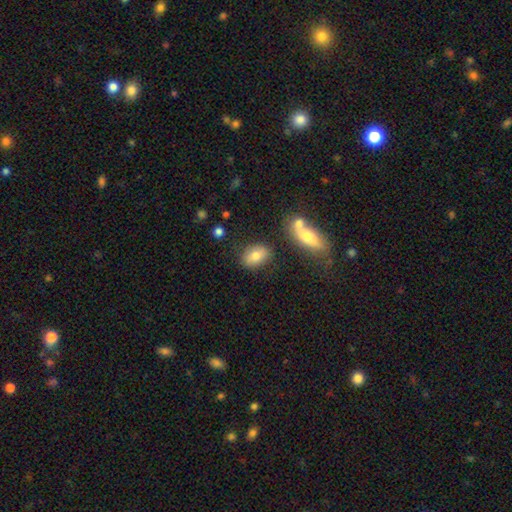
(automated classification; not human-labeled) This appears to be a smooth galaxy with no disk features (75%) that is in between round and cigar-shaped (80%). Merging: none (78%).